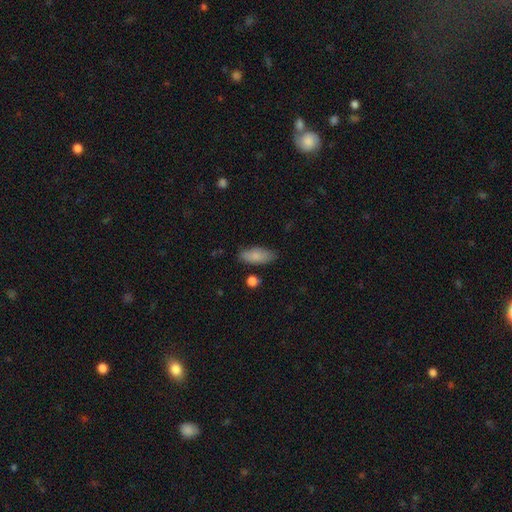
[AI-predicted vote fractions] Smooth or featured? smooth (84%)
How rounded? in between (84%)
Merging? none (79%)